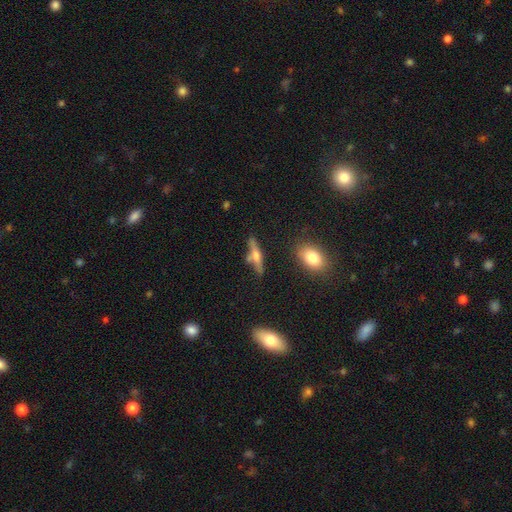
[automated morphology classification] Smooth or featured? Predicted: featured or disk (p=0.56). Edge-on disk? Predicted: yes (p=0.92). Edge-on bulge? Predicted: rounded (p=0.87). Merging? Predicted: none (p=0.70).